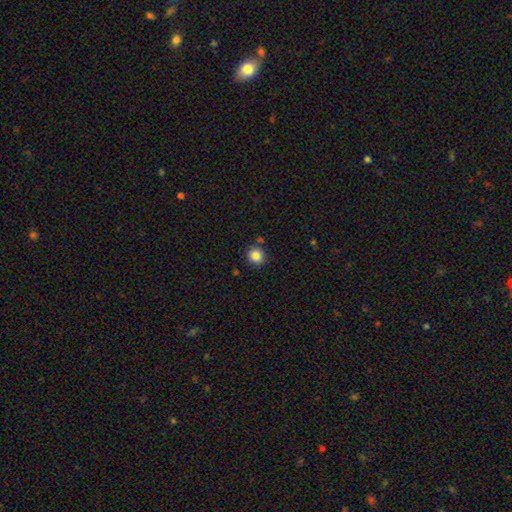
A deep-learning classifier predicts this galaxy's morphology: Q: Smooth or featured?
A: smooth (85%); runner-up: star or artifact (10%)
Q: How rounded?
A: round (92%); runner-up: in between (7%)
Q: Merging?
A: none (86%); runner-up: minor disturbance (7%)